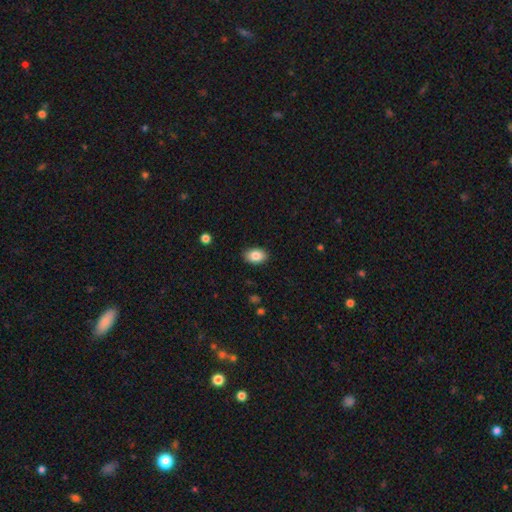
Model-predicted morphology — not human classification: Smooth or featured?
  - smooth: 86% *
  - star or artifact: 8%
  - featured or disk: 6%
How rounded?
  - in between: 86% *
  - round: 13%
  - cigar-shaped: 1%
Merging?
  - none: 89% *
  - minor disturbance: 8%
  - major disturbance: 2%
  - merger: 1%